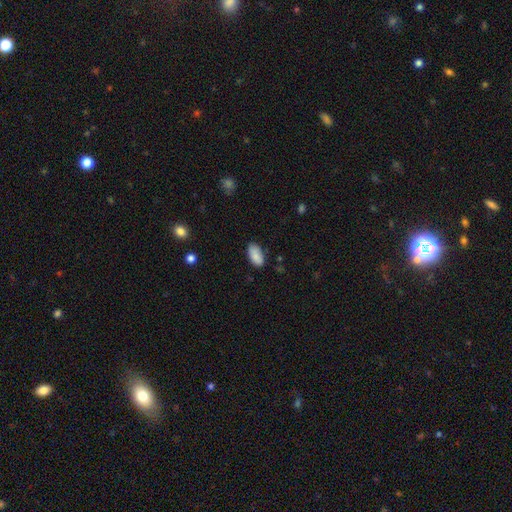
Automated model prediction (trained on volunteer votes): Smooth or featured? Predicted: smooth (p=0.85). How rounded? Predicted: in between (p=0.94). Merging? Predicted: none (p=0.77).